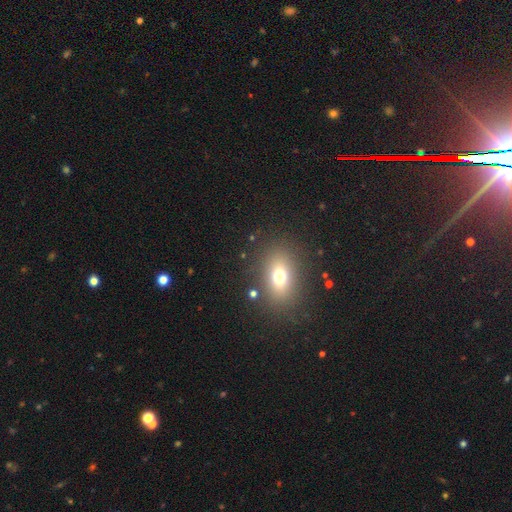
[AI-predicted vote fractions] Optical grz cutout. It shows a smooth galaxy with no disk features (47%). Merging: none (87%).